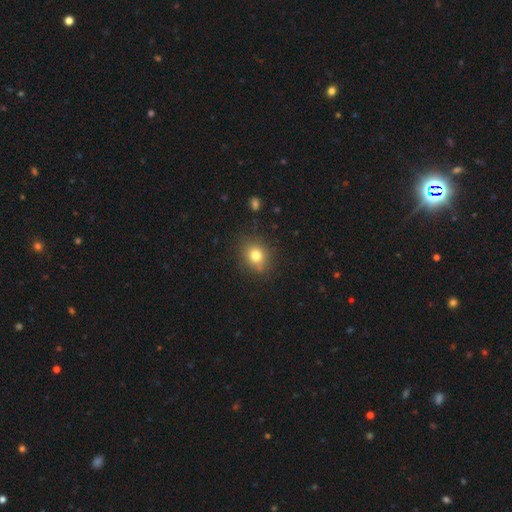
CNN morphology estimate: The model was most divided on "how rounded": round: 62%, in between: 37%, cigar-shaped: 1%. More confident: merging — none (82%); smooth or featured — smooth (78%).